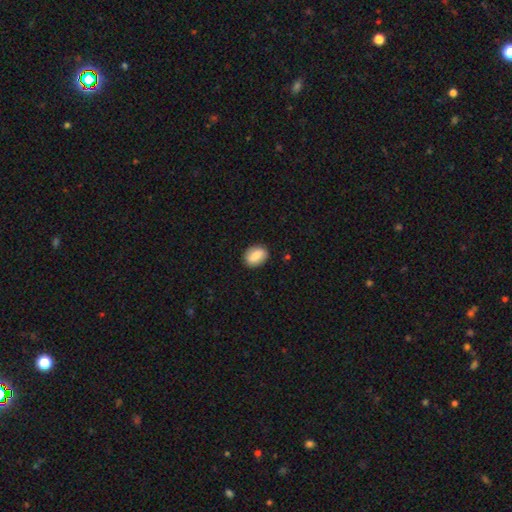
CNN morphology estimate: A smooth galaxy with no disk features (83%) that is in between round and cigar-shaped (73%). Merging: none (88%).